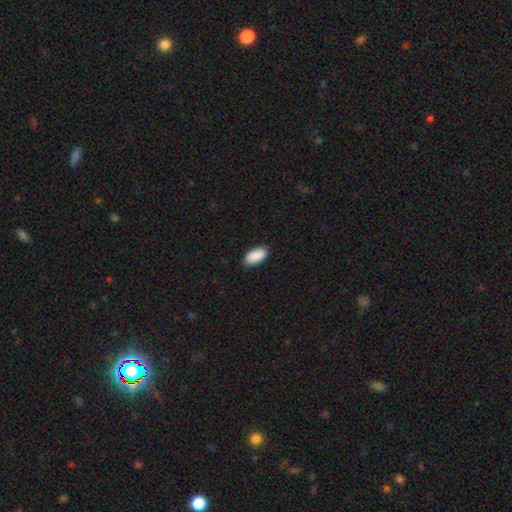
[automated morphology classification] Overall: smooth (91%). How rounded: in between (95%). Merging: none (88%).